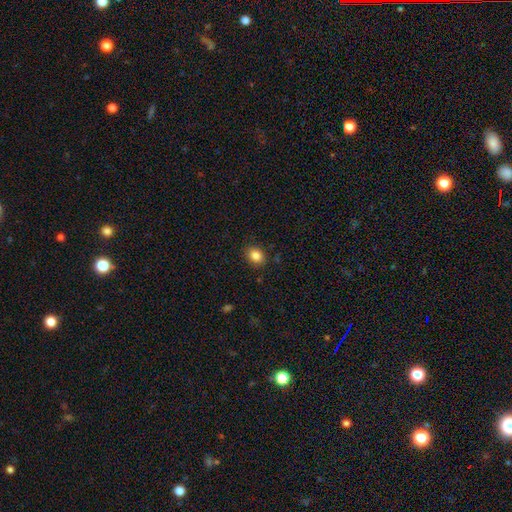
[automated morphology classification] smooth_or_featured: smooth (p=0.84) [alt: star or artifact p=0.10]
how_rounded: in between (p=0.54) [alt: round p=0.45]
merging: none (p=0.88) [alt: minor disturbance p=0.09]